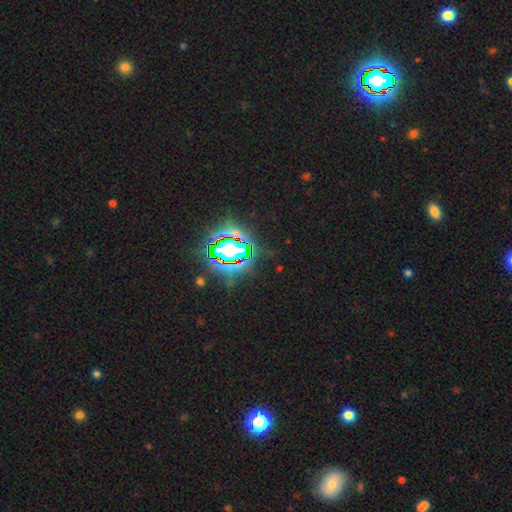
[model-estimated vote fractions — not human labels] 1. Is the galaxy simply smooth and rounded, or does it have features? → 84% star or artifact, 10% smooth, 6% featured or disk.